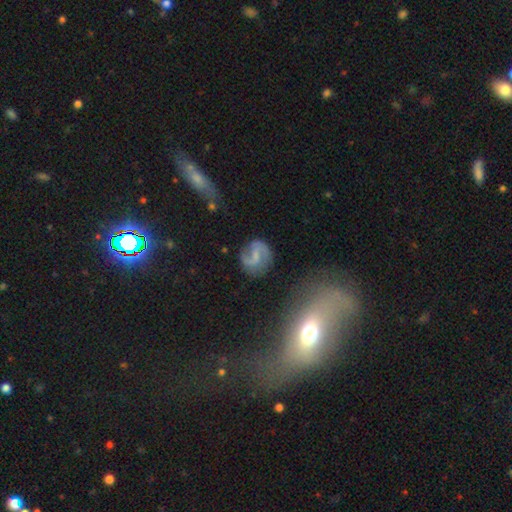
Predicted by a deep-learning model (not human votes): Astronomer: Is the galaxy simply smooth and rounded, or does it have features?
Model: featured or disk — 79%.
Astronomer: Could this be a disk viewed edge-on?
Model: no — 98%.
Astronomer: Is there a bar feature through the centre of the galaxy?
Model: weak — 51%.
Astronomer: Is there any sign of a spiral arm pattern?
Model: yes — 93%.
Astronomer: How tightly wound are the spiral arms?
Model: medium — 46% (runner-up: loose, 39%).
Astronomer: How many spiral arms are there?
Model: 2 — 89%.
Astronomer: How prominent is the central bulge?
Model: none — 44% (runner-up: small, 37%).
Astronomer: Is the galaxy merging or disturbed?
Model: none — 77%.